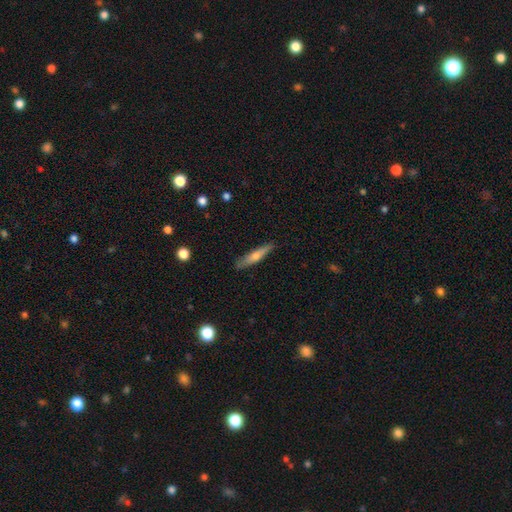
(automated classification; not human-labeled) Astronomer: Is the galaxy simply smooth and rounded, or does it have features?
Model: smooth — 51% (runner-up: featured or disk, 43%).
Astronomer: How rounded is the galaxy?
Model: cigar-shaped — 88%.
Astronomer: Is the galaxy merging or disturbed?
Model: none — 86%.